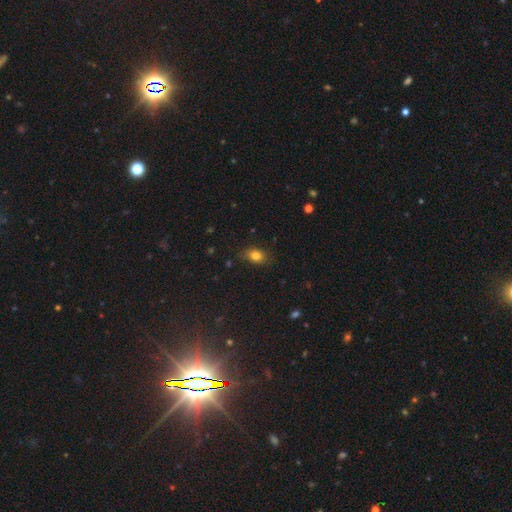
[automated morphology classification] smooth_or_featured: smooth (p=0.81) [alt: star or artifact p=0.11]
how_rounded: in between (p=0.72) [alt: round p=0.25]
merging: none (p=0.77) [alt: minor disturbance p=0.18]